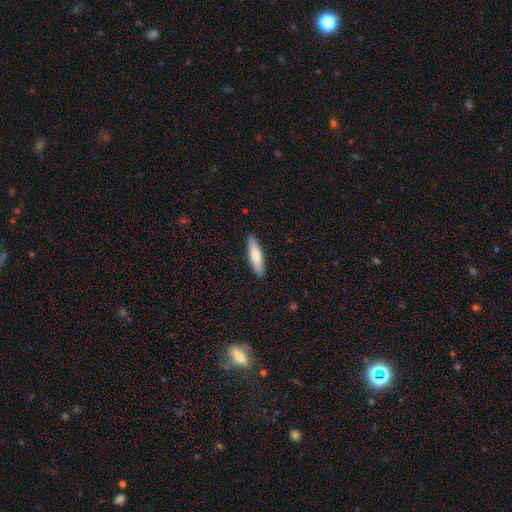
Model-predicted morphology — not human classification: smooth 71%, featured or disk 23%, star or artifact 5%. Down the decision tree: how rounded — cigar-shaped (71%); merging — none (89%).